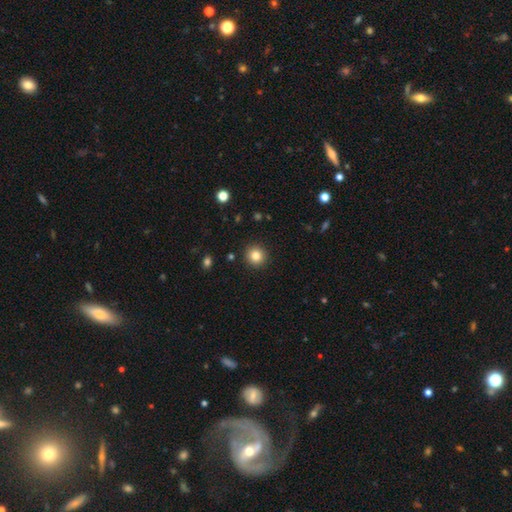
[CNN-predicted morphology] This is clearly a smooth galaxy (83%). How rounded: clearly round (93%). Merging: clearly none (92%).